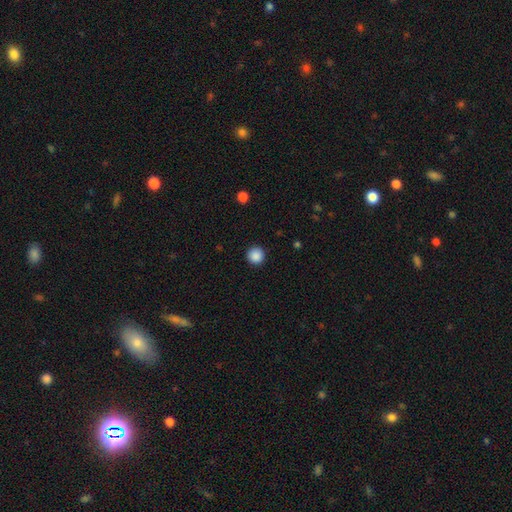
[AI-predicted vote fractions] smooth 88%, star or artifact 10%, featured or disk 3%. Down the decision tree: how rounded — round (96%); merging — none (93%).